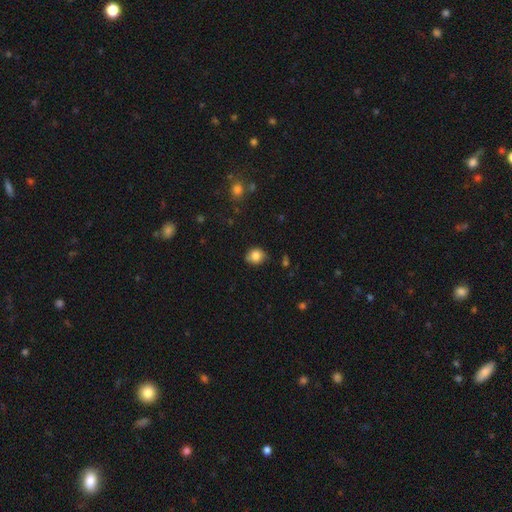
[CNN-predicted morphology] This appears to be a smooth galaxy with no disk features (82%) that is round (72%). Merging: none (74%).